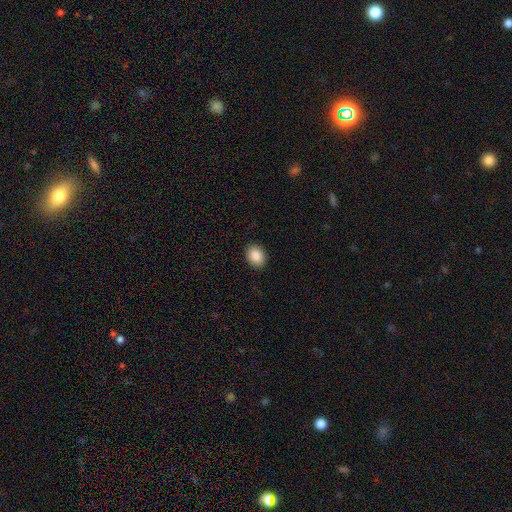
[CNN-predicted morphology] A smooth galaxy with no disk features (89%) that is in between round and cigar-shaped (64%). Merging: none (90%).